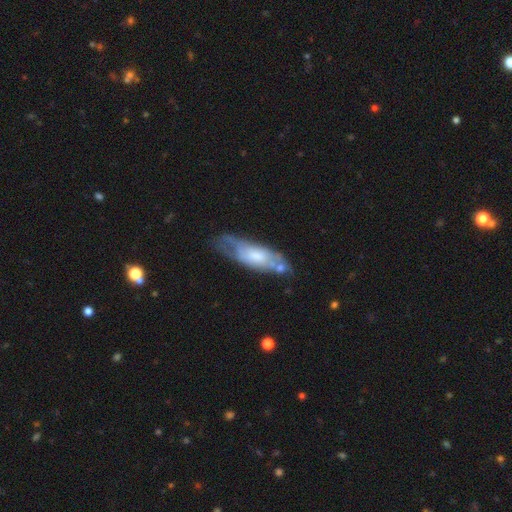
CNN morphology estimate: type=featured or disk (56%); edge-on=no (71%); merging=none (49%).